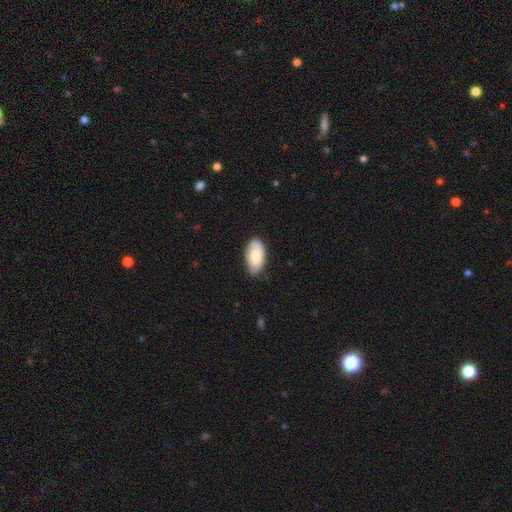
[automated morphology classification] Smooth or featured?
  - smooth: 84% *
  - featured or disk: 11%
  - star or artifact: 6%
How rounded?
  - in between: 95% *
  - round: 2%
  - cigar-shaped: 2%
Merging?
  - none: 81% *
  - minor disturbance: 16%
  - major disturbance: 2%
  - merger: 1%